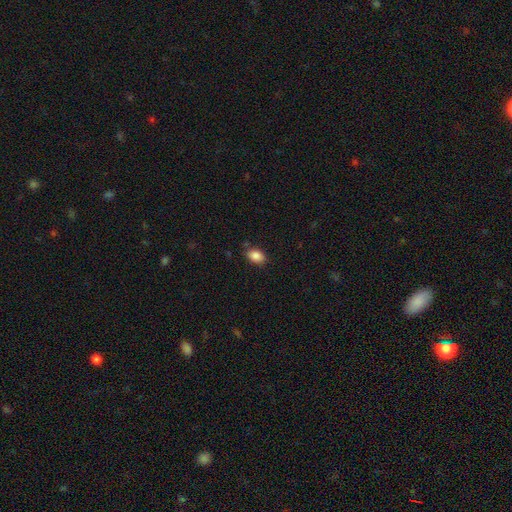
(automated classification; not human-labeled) This is clearly a smooth galaxy (87%). How rounded: clearly in between (84%). Merging: clearly none (81%).